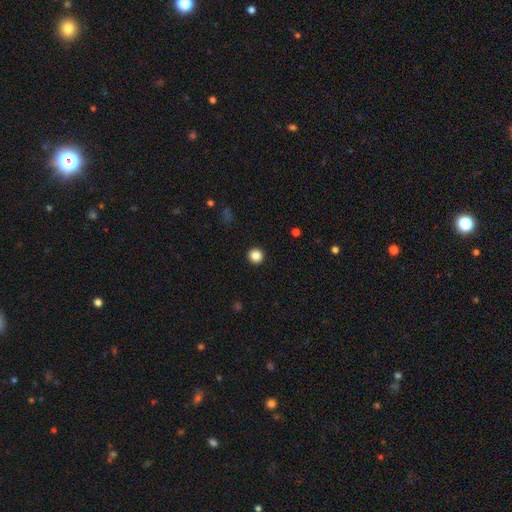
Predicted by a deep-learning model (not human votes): Q: Smooth or featured?
A: smooth (86%); runner-up: star or artifact (11%)
Q: How rounded?
A: round (96%); runner-up: in between (3%)
Q: Merging?
A: none (94%); runner-up: minor disturbance (4%)